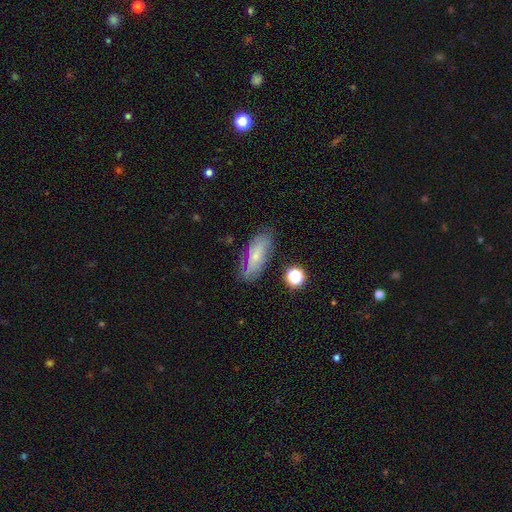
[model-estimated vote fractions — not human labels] smooth 50%, featured or disk 40%, star or artifact 10%. Down the decision tree: how rounded — in between (80%); merging — none (70%).